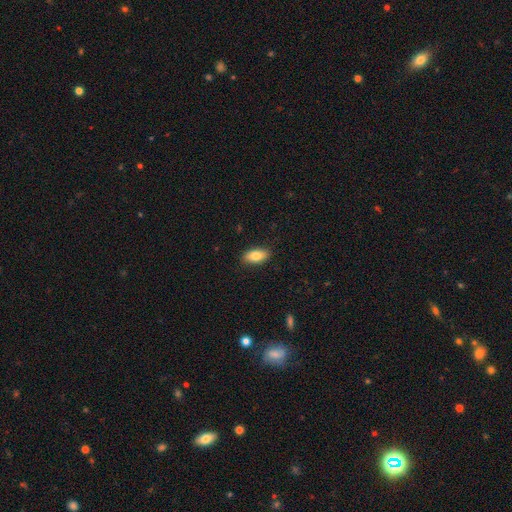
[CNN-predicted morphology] A smooth galaxy with no disk features (82%) that is in between round and cigar-shaped (88%). Merging: none (88%).